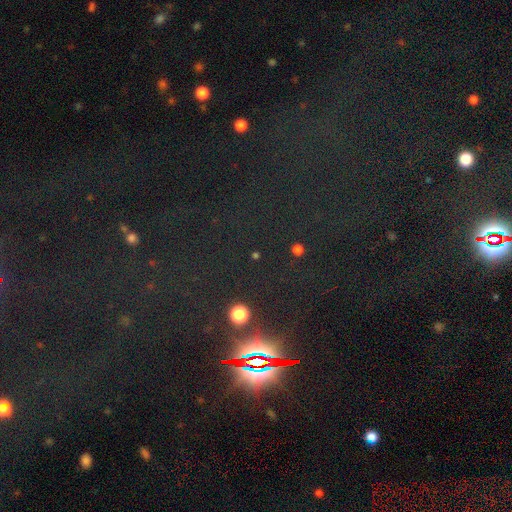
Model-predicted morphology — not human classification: star or artifact 72%, smooth 20%, featured or disk 8%.